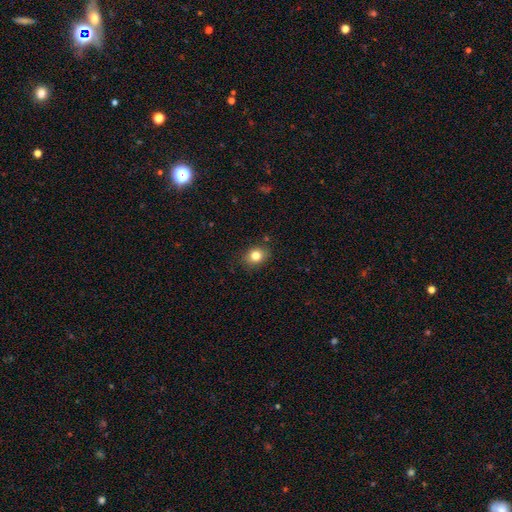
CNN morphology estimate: This is clearly a smooth galaxy (82%). How rounded: possibly round (54%). Merging: clearly none (84%).